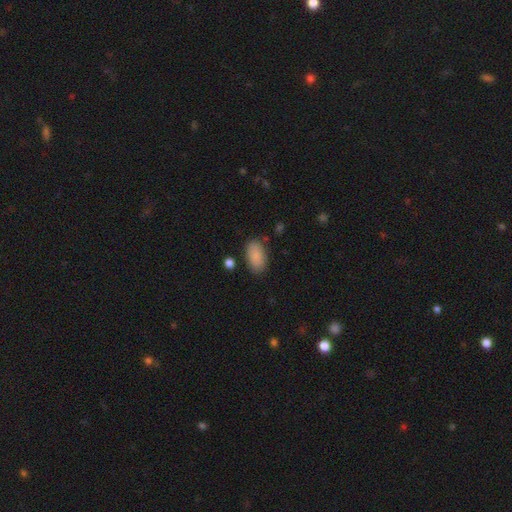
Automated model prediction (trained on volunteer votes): Q: Smooth or featured?
A: smooth (87%); runner-up: star or artifact (7%)
Q: How rounded?
A: in between (94%); runner-up: round (4%)
Q: Merging?
A: none (81%); runner-up: minor disturbance (13%)